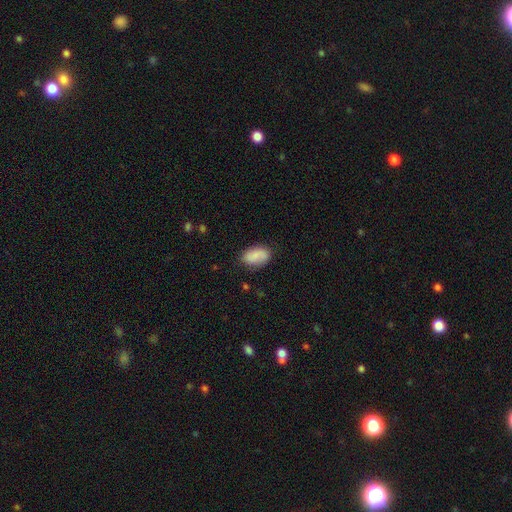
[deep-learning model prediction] Smooth or featured? Predicted: smooth (p=0.78). How rounded? Predicted: in between (p=0.92). Merging? Predicted: none (p=0.77).